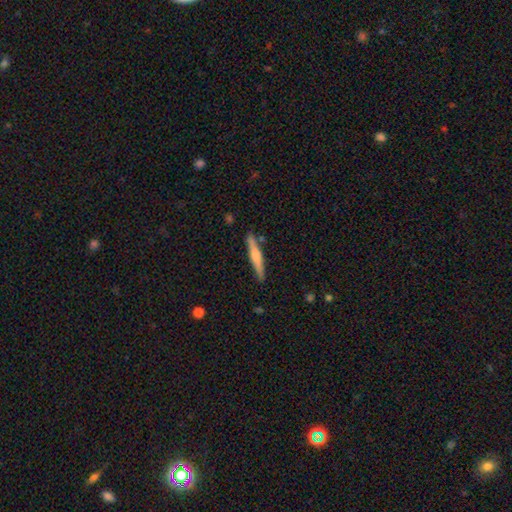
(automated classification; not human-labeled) Morphology: type=smooth (51%); roundness=cigar-shaped (93%); merging=none (86%).